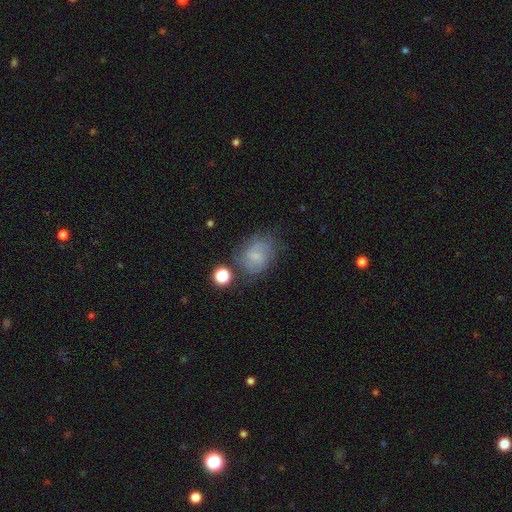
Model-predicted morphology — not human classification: This is possibly a smooth galaxy (50%). Merging: possibly none (58%).